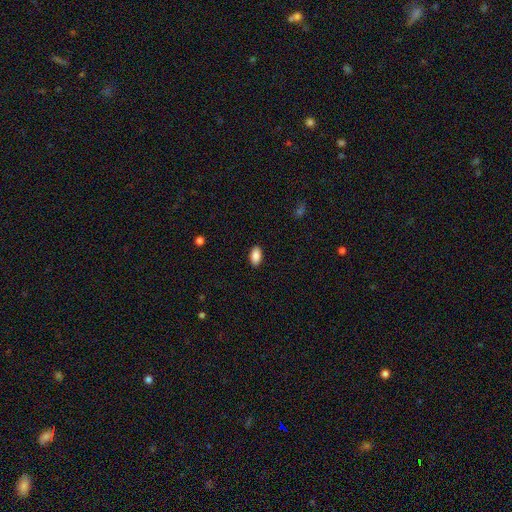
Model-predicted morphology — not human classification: smooth-or-featured: smooth: 89% | star or artifact: 7% | featured or disk: 4%
  how-rounded: in between: 94% | round: 3% | cigar-shaped: 3%
  merging: none: 90% | minor disturbance: 8% | major disturbance: 2% | merger: 1%